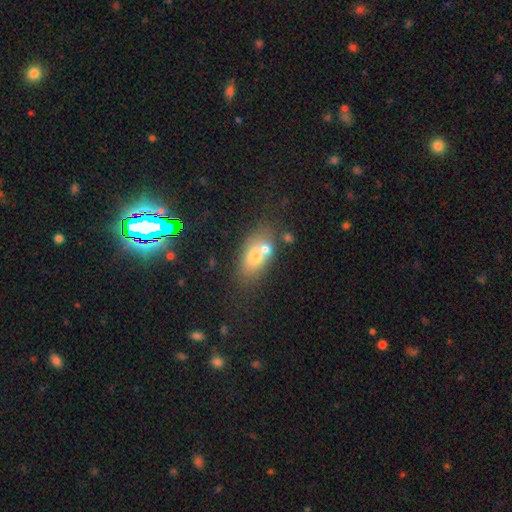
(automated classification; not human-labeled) A smooth galaxy with no disk features (62%) that is in between round and cigar-shaped (79%).

Vote fractions:
- Smooth or featured? smooth: 62% / featured or disk: 24% / star or artifact: 14%
- How rounded? in between: 79% / round: 15% / cigar-shaped: 6%
- Merging? none: 44% / merger: 39% / minor disturbance: 12% / major disturbance: 5%